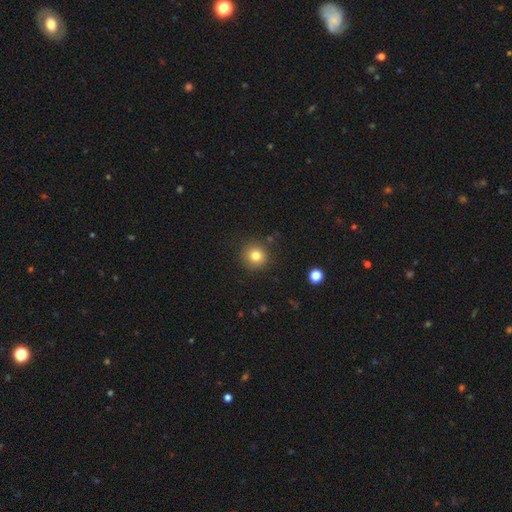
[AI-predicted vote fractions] Smooth or featured? Predicted: smooth (p=0.80). How rounded? Predicted: round (p=0.94). Merging? Predicted: none (p=0.89).